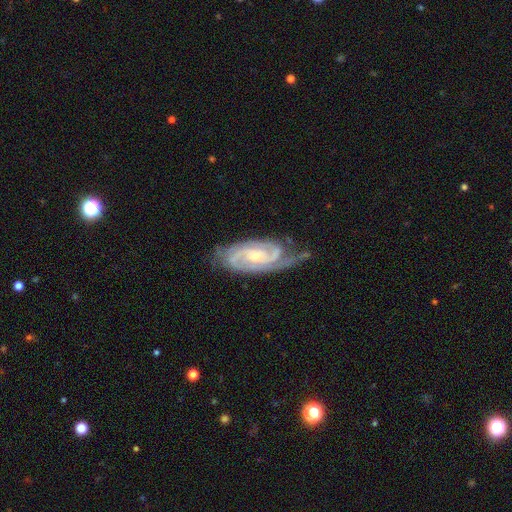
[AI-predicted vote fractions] Morphology: type=featured or disk (90%); edge-on=no (95%); bar=no (54%); spiral arms=yes (98%); winding=tight (63%); arm count=2 (50%); bulge=small (60%); merging=none (66%).